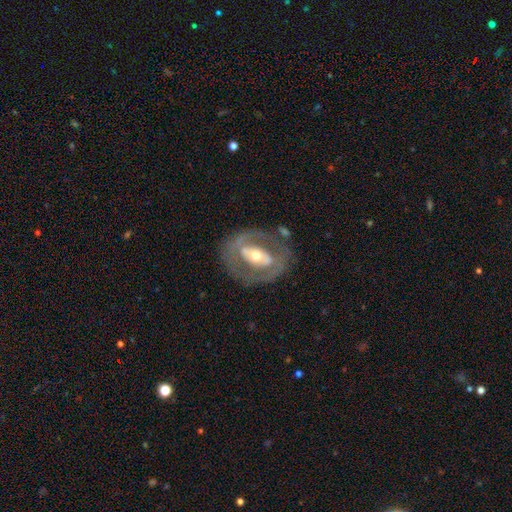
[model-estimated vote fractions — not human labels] Smooth or featured? featured or disk (72%)
Edge-on disk? no (93%)
Bar? no (42%)
Spiral arms? no (65%)
Bulge size? moderate (66%)
Merging? none (71%)